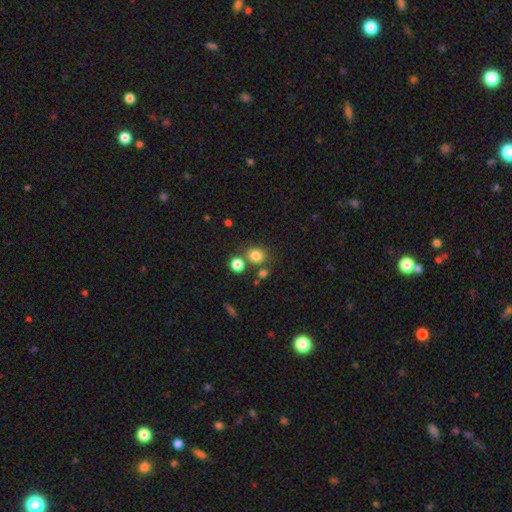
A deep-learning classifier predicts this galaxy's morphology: This is clearly a smooth galaxy (81%). How rounded: likely round (73%). Merging: likely none (69%).